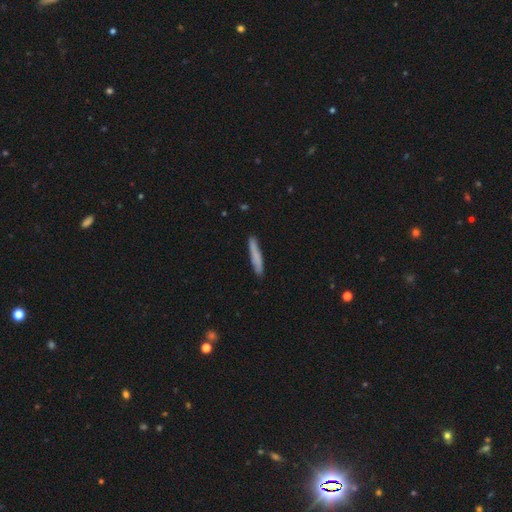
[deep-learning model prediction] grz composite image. It shows a smooth galaxy with no disk features (72%) that is cigar-shaped (94%). Merging: none (85%).